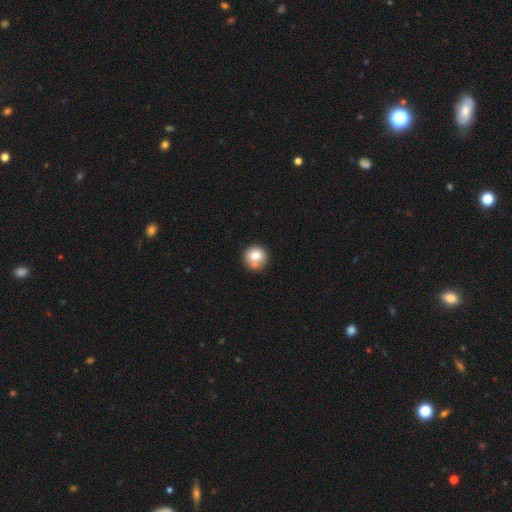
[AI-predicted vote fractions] smooth-or-featured: smooth: 78% | featured or disk: 12% | star or artifact: 10%
  how-rounded: round: 92% | in between: 7% | cigar-shaped: 1%
  merging: none: 73% | minor disturbance: 15% | merger: 8% | major disturbance: 4%